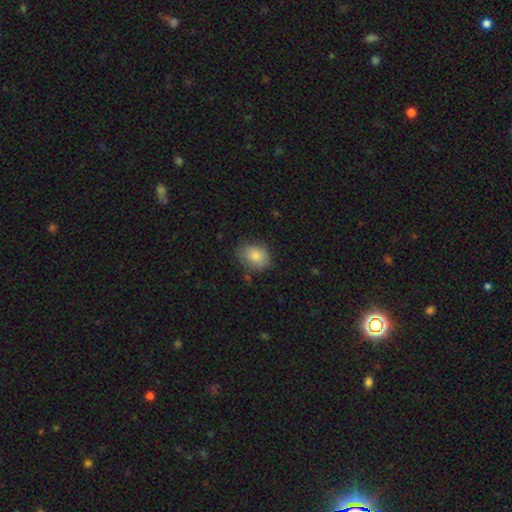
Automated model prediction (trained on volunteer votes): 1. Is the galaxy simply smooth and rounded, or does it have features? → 82% smooth, 10% featured or disk, 8% star or artifact.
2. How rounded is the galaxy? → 52% in between, 47% round, 1% cigar-shaped.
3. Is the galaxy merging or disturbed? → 70% none, 23% minor disturbance, 5% major disturbance, 2% merger.